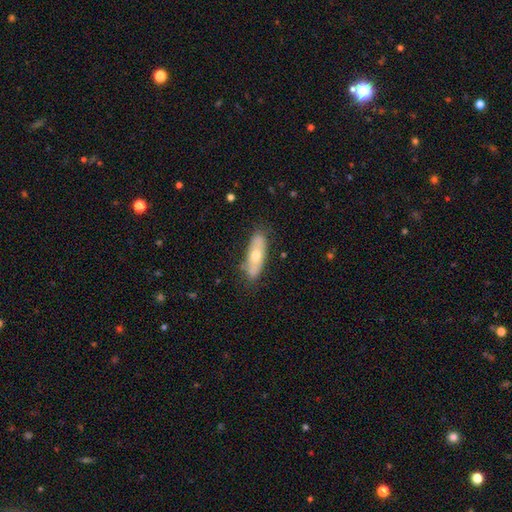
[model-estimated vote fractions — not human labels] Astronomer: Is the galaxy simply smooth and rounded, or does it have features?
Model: smooth — 56% (runner-up: featured or disk, 37%).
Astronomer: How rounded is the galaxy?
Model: in between — 54% (runner-up: cigar-shaped, 43%).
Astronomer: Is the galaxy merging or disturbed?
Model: none — 81%.